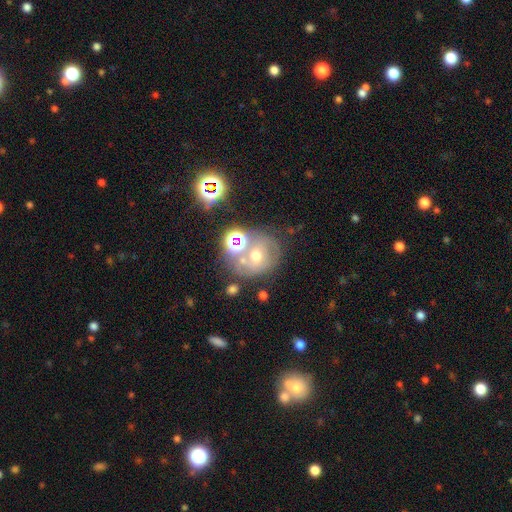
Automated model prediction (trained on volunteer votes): smooth_or_featured: featured or disk (p=0.43) [alt: smooth p=0.29]
merging: none (p=0.50) [alt: merger p=0.24]